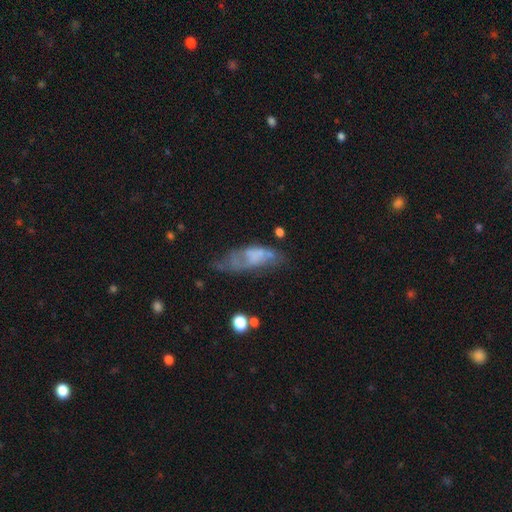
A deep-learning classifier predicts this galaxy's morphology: featured or disk 49%, smooth 41%, star or artifact 10%. Down the decision tree: merging — none (34%).